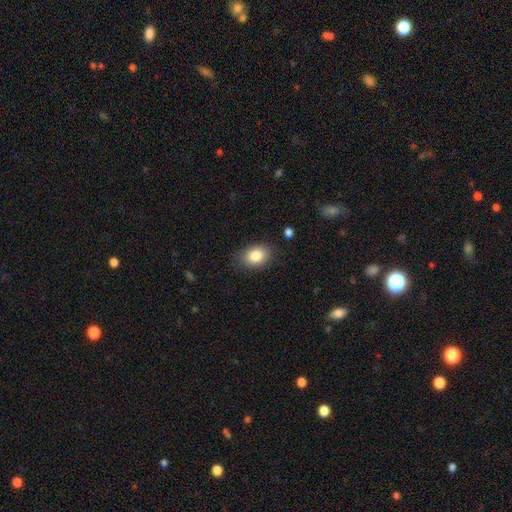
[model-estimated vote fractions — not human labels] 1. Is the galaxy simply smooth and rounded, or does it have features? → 84% smooth, 8% star or artifact, 8% featured or disk.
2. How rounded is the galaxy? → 76% in between, 23% round, 1% cigar-shaped.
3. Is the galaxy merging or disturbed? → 83% none, 12% minor disturbance, 3% major disturbance, 1% merger.